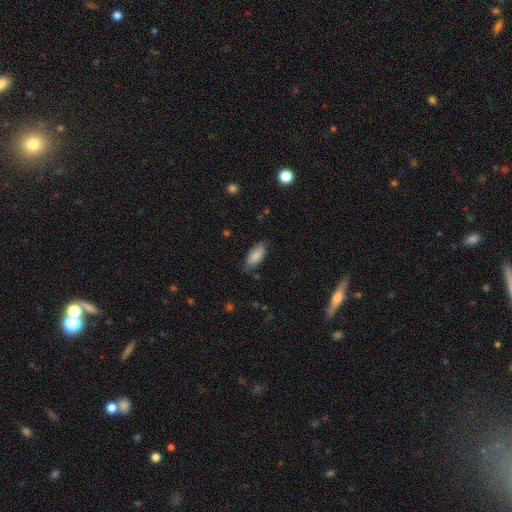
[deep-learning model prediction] Smooth or featured? Predicted: smooth (p=0.83). How rounded? Predicted: in between (p=0.89). Merging? Predicted: none (p=0.75).